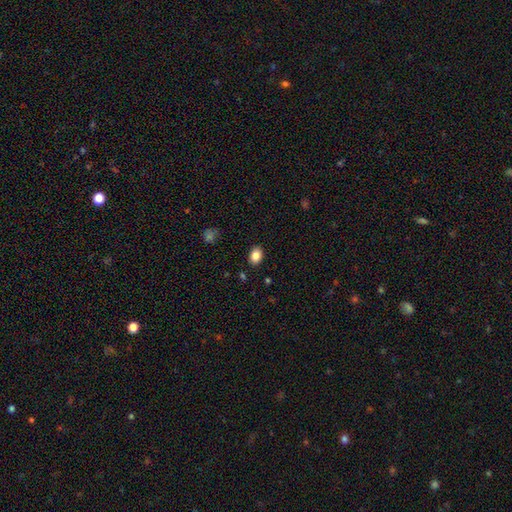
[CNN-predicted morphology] Smooth or featured: smooth — 85% (star or artifact — 9%)
How rounded: in between — 73% (round — 26%)
Merging: none — 88% (minor disturbance — 8%)